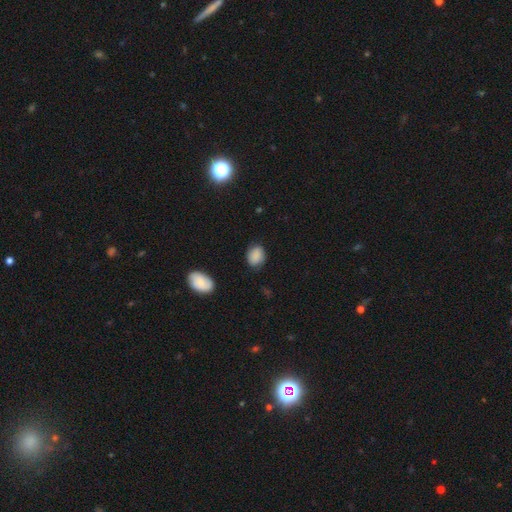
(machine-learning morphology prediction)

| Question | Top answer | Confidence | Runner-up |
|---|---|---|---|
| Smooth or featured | smooth | 84% | star or artifact (9%) |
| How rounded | in between | 62% | round (37%) |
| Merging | none | 76% | minor disturbance (18%) |